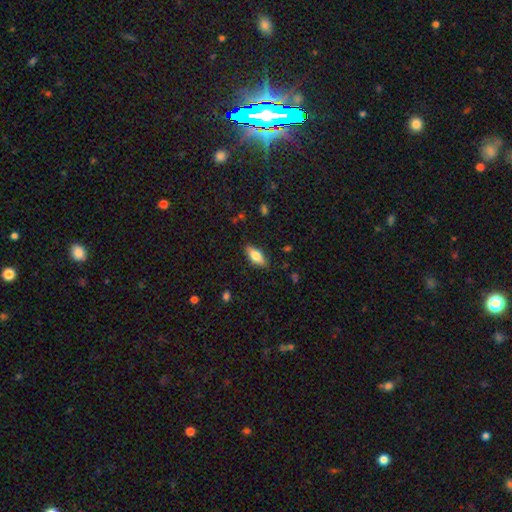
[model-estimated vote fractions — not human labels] Smooth or featured? Predicted: smooth (p=0.73). How rounded? Predicted: in between (p=0.79). Merging? Predicted: none (p=0.86).